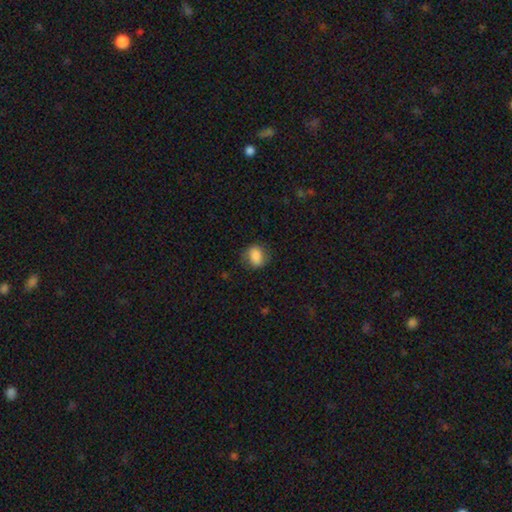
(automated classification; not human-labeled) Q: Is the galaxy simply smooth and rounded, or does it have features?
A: smooth — 85%.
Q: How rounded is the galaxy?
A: in between — 59%.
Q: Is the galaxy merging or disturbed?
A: none — 76%.